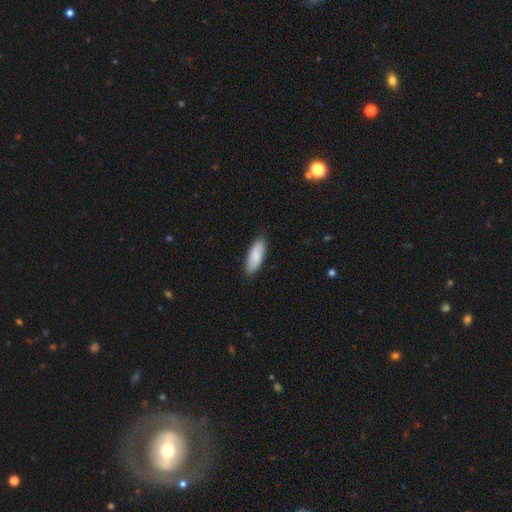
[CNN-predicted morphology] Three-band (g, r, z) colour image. It shows a smooth galaxy with no disk features (82%) that is in between round and cigar-shaped (72%). Merging: none (85%).